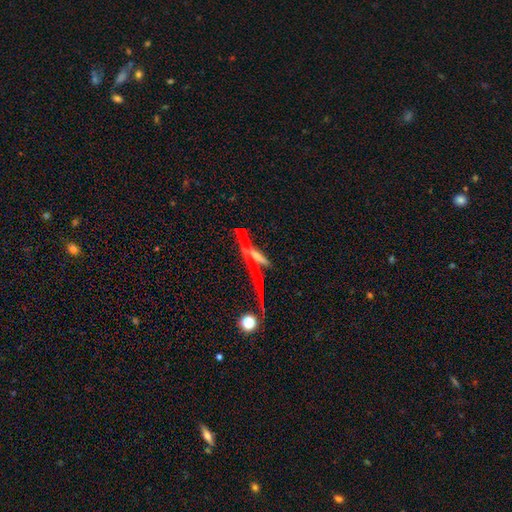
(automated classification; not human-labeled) A featured or disk galaxy (58%) viewed edge-on (62%). Merging: none (34%).